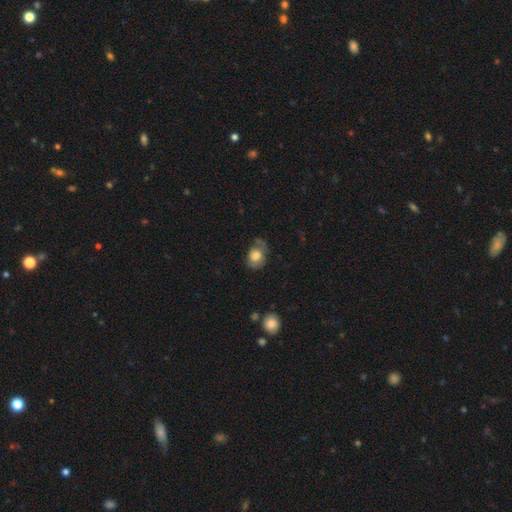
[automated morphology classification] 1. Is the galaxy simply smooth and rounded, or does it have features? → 69% smooth, 23% featured or disk, 8% star or artifact.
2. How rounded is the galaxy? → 53% in between, 46% round, 1% cigar-shaped.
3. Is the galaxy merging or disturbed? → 43% none, 32% minor disturbance, 21% major disturbance, 5% merger.